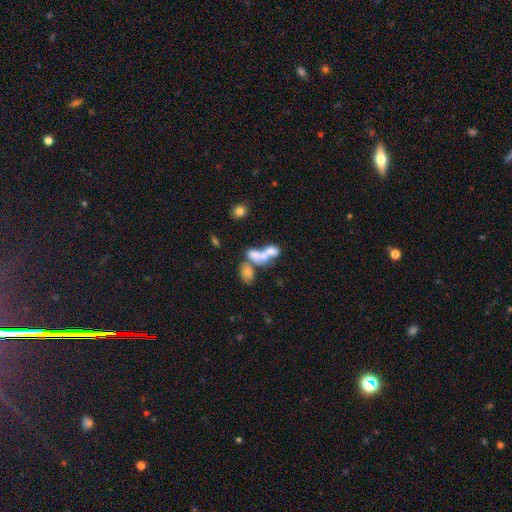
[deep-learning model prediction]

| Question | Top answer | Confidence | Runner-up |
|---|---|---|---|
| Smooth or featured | smooth | 54% | featured or disk (34%) |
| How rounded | in between | 74% | round (17%) |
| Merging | merger | 69% | none (15%) |